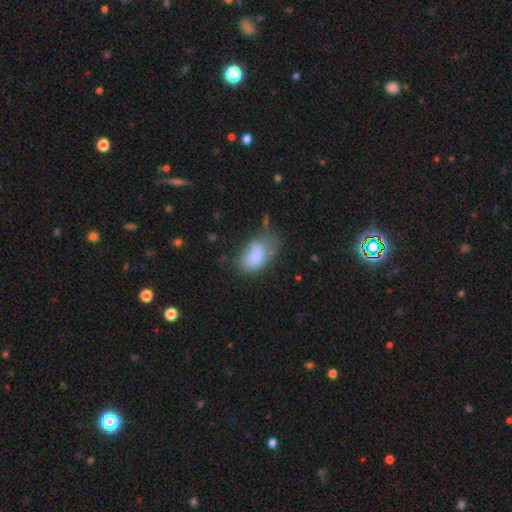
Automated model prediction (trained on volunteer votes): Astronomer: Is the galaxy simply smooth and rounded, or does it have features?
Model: smooth — 74%.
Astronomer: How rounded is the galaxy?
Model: in between — 87%.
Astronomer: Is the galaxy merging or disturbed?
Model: minor disturbance — 31%, tied with major disturbance at 31%.